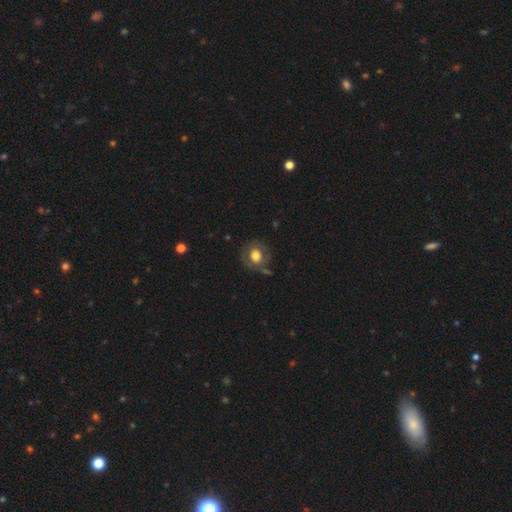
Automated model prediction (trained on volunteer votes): Q: Smooth or featured?
A: smooth (60%); runner-up: featured or disk (31%)
Q: How rounded?
A: round (73%); runner-up: in between (26%)
Q: Merging?
A: none (68%); runner-up: minor disturbance (19%)